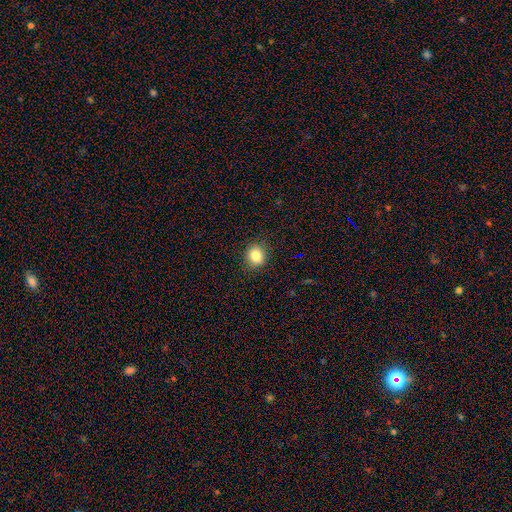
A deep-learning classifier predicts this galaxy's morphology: Q: Smooth or featured?
A: smooth (83%); runner-up: star or artifact (11%)
Q: How rounded?
A: round (74%); runner-up: in between (25%)
Q: Merging?
A: none (89%); runner-up: minor disturbance (8%)